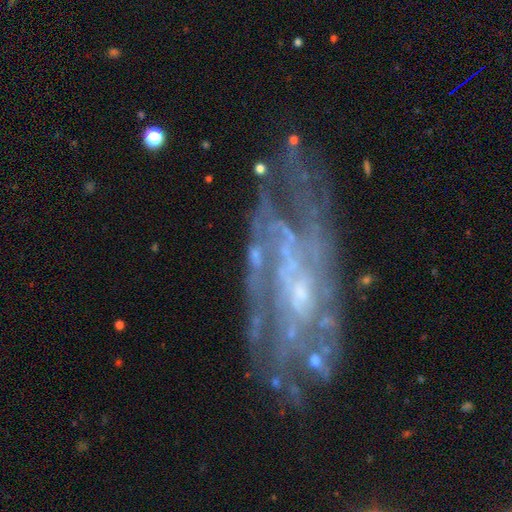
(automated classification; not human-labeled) Q: Smooth or featured?
A: featured or disk (84%); runner-up: smooth (8%)
Q: Edge-on disk?
A: no (90%); runner-up: yes (10%)
Q: Bar?
A: no (65%); runner-up: weak (27%)
Q: Spiral arms?
A: yes (82%); runner-up: no (18%)
Q: Spiral winding?
A: tight (53%); runner-up: medium (33%)
Q: Spiral arm count?
A: can't tell (51%); runner-up: 2 (14%)
Q: Bulge size?
A: small (63%); runner-up: moderate (20%)
Q: Merging?
A: none (60%); runner-up: minor disturbance (22%)